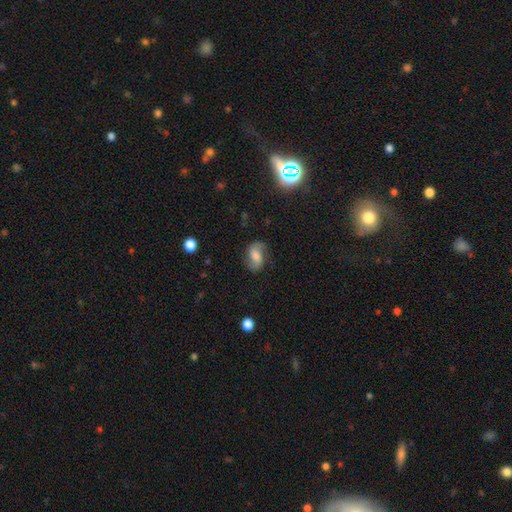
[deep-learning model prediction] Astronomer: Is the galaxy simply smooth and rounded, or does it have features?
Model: featured or disk — 56% (runner-up: smooth, 35%).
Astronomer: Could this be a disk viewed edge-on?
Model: no — 96%.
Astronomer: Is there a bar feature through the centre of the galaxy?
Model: no — 41%, tied with weak at 41%.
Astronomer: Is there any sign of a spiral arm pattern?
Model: yes — 91%.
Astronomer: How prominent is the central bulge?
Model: moderate — 49% (runner-up: small, 26%).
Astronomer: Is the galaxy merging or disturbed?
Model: none — 75%.